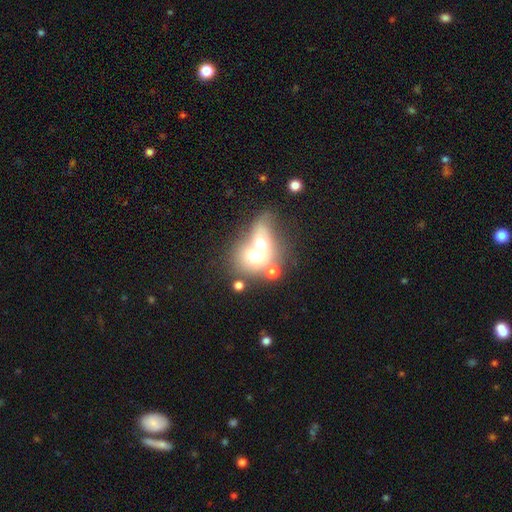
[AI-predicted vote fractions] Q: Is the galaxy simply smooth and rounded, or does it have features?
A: smooth — 56%.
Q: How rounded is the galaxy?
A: round — 53%.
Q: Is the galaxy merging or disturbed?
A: merger — 70%.